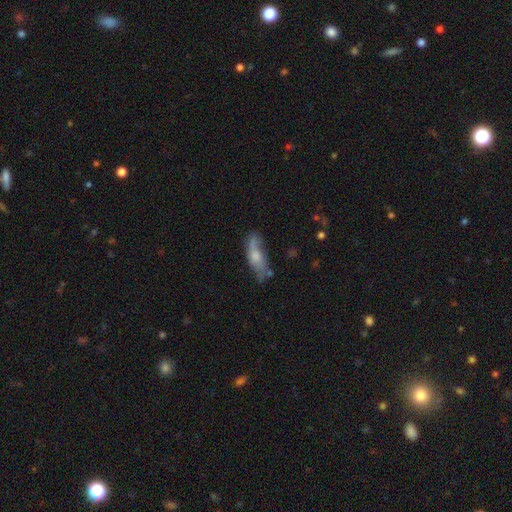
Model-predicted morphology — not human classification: Smooth or featured?
  - featured or disk: 49% *
  - smooth: 43%
  - star or artifact: 8%
Merging?
  - none: 56% *
  - minor disturbance: 27%
  - major disturbance: 11%
  - merger: 5%